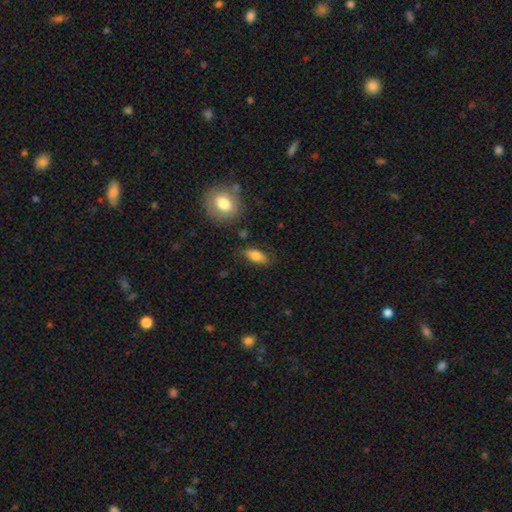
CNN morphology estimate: Smooth or featured? smooth (77%)
How rounded? in between (82%)
Merging? none (79%)